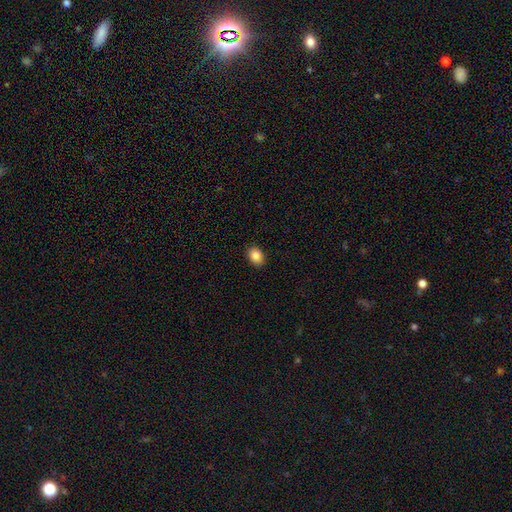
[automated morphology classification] Smooth or featured? smooth (87%)
How rounded? in between (75%)
Merging? none (90%)